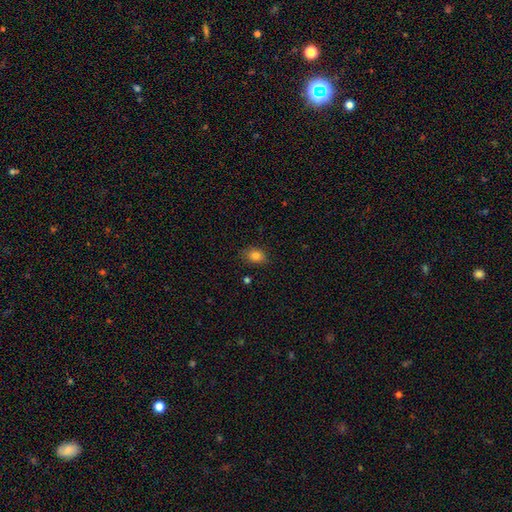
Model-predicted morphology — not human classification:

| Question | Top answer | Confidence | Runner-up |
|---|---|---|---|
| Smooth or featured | smooth | 81% | star or artifact (11%) |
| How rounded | in between | 60% | round (39%) |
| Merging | none | 81% | minor disturbance (15%) |